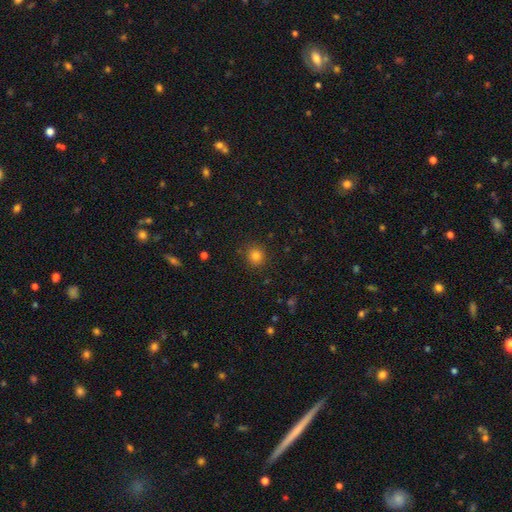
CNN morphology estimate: A smooth galaxy with no disk features (82%) that is round (91%).

Vote fractions:
- Smooth or featured? smooth: 82% / star or artifact: 14% / featured or disk: 5%
- How rounded? round: 91% / in between: 8% / cigar-shaped: 1%
- Merging? none: 89% / minor disturbance: 8% / major disturbance: 3% / merger: 1%